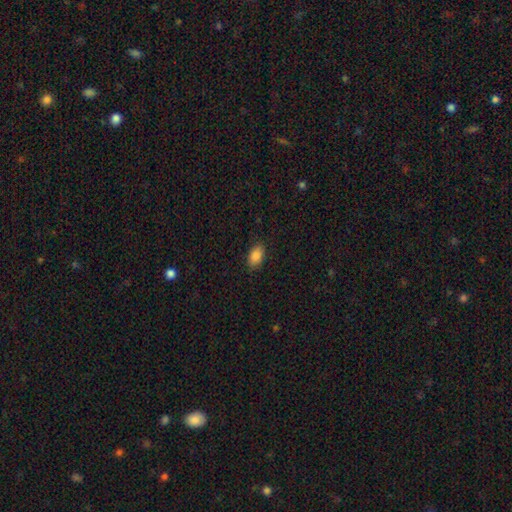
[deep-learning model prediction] Morphology: type=smooth (88%); roundness=in between (91%); merging=none (86%).